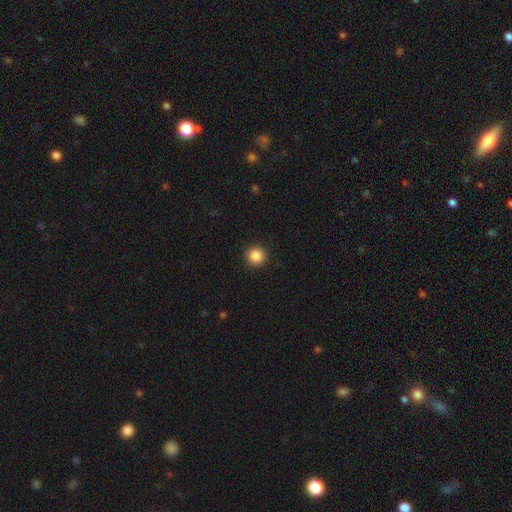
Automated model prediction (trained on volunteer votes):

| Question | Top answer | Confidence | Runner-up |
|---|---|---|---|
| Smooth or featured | smooth | 87% | star or artifact (10%) |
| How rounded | round | 95% | in between (4%) |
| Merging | none | 93% | minor disturbance (4%) |